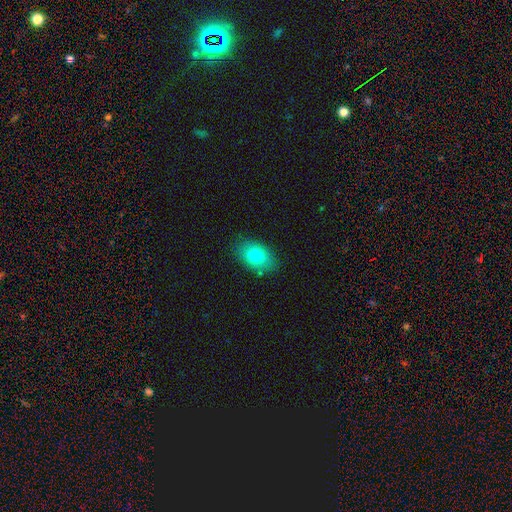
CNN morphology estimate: smooth-or-featured: smooth: 80% | featured or disk: 12% | star or artifact: 8%
  how-rounded: in between: 85% | round: 14% | cigar-shaped: 1%
  merging: none: 81% | minor disturbance: 13% | major disturbance: 3% | merger: 2%